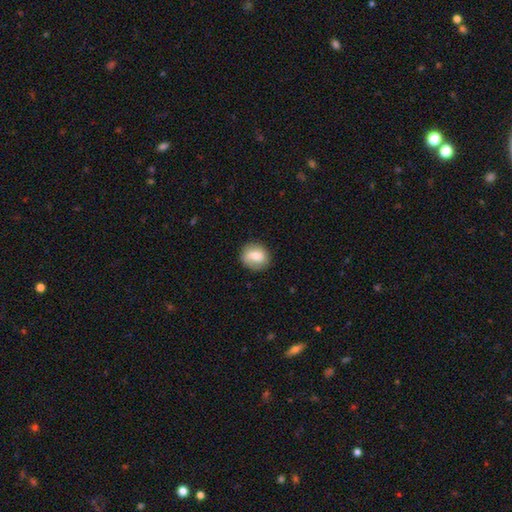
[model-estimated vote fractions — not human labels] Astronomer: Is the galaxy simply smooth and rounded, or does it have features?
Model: smooth — 63%.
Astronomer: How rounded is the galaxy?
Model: round — 76%.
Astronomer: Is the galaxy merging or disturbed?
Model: none — 80%.